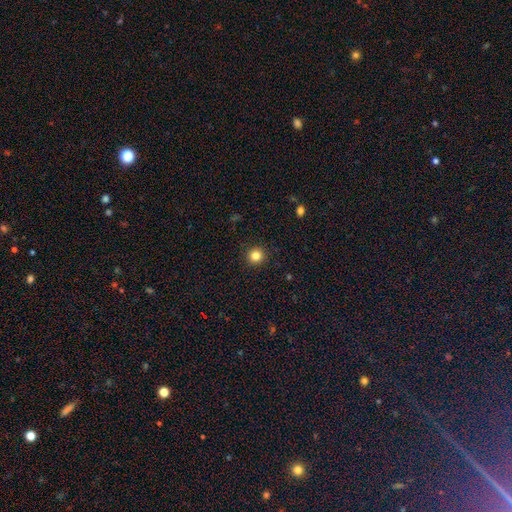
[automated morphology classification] Smooth or featured? Predicted: smooth (p=0.83). How rounded? Predicted: round (p=0.94). Merging? Predicted: none (p=0.93).